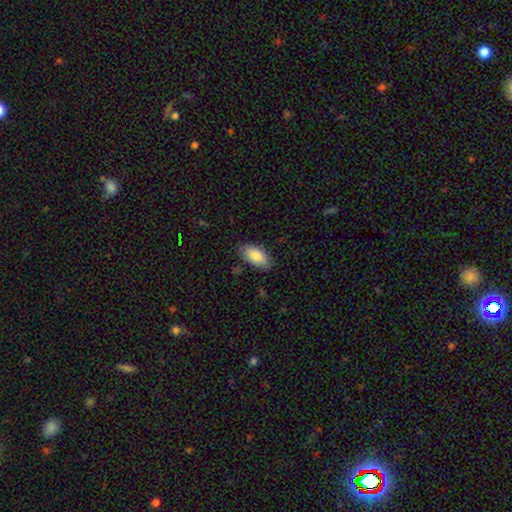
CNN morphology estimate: Smooth or featured?
  - smooth: 84% *
  - featured or disk: 9%
  - star or artifact: 6%
How rounded?
  - in between: 93% *
  - cigar-shaped: 5%
  - round: 2%
Merging?
  - none: 84% *
  - minor disturbance: 13%
  - major disturbance: 3%
  - merger: 1%